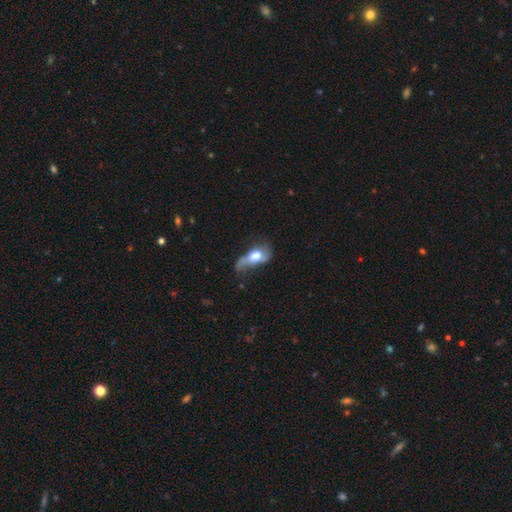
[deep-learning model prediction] Overall: smooth (49%; featured or disk 42%). Merging: major disturbance (44%; minor disturbance 26%).